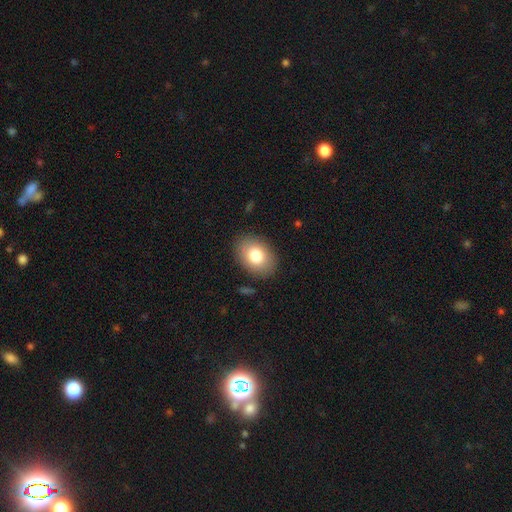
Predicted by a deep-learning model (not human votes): A smooth galaxy with no disk features (80%) that is in between round and cigar-shaped (69%). Merging: none (87%).